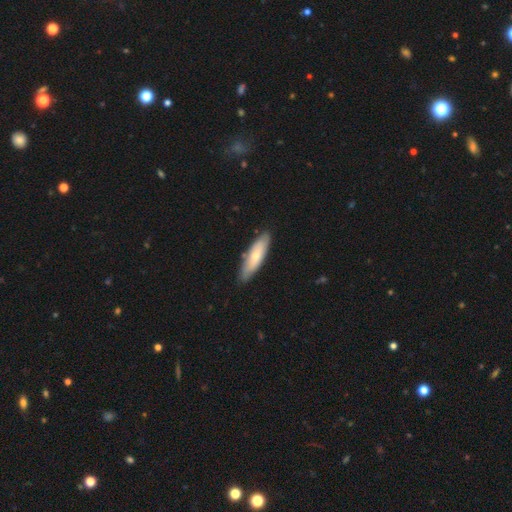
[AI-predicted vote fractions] Smooth or featured? smooth (62%)
How rounded? cigar-shaped (56%)
Merging? none (83%)